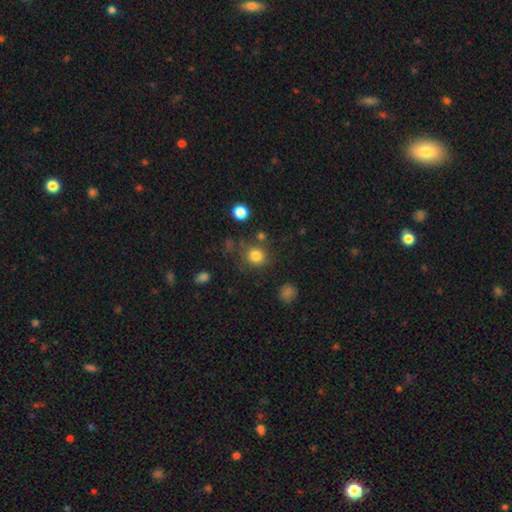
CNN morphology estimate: smooth-or-featured: smooth: 81% | star or artifact: 13% | featured or disk: 6%
  how-rounded: round: 89% | in between: 10% | cigar-shaped: 1%
  merging: none: 76% | minor disturbance: 11% | merger: 8% | major disturbance: 5%